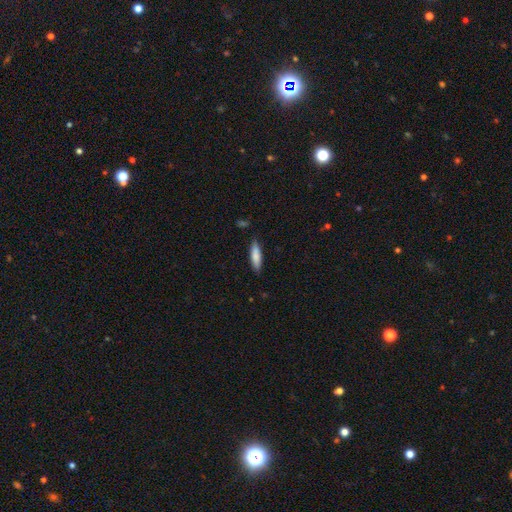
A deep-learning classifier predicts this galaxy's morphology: Smooth or featured? Predicted: smooth (p=0.80). How rounded? Predicted: cigar-shaped (p=0.67). Merging? Predicted: none (p=0.84).